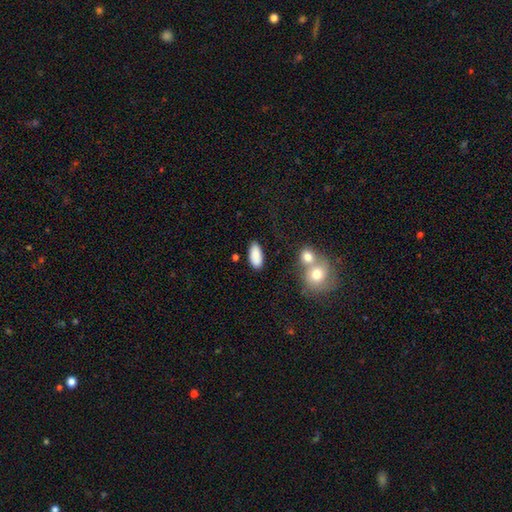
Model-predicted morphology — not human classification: smooth_or_featured: smooth (p=0.88) [alt: star or artifact p=0.07]
how_rounded: in between (p=0.88) [alt: cigar-shaped p=0.09]
merging: none (p=0.80) [alt: minor disturbance p=0.11]